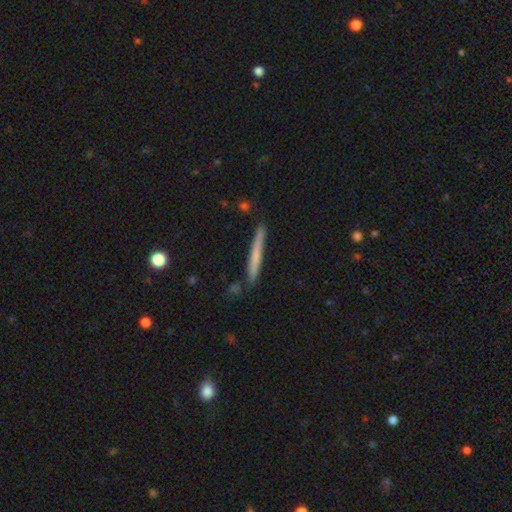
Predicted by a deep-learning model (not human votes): Overall: smooth (62%; featured or disk 32%). How rounded: cigar-shaped (97%). Merging: none (84%).